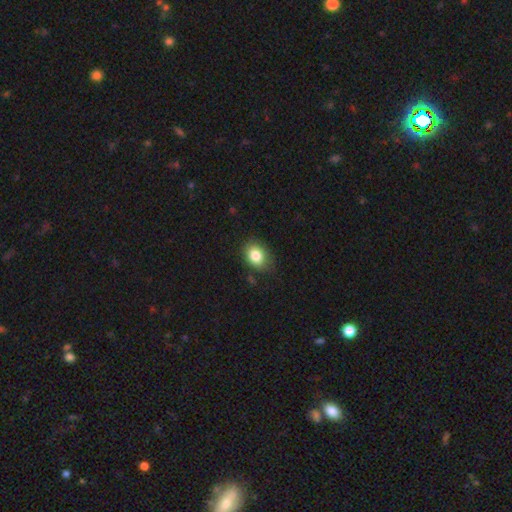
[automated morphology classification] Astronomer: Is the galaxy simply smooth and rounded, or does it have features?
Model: smooth — 83%.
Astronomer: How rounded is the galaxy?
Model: in between — 64%.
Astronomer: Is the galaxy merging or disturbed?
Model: none — 78%.